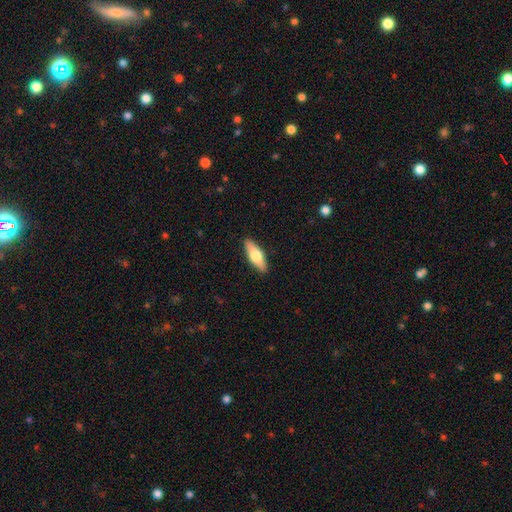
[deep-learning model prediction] This is possibly a smooth galaxy (56%). How rounded: possibly in between (57%). Merging: clearly none (89%).